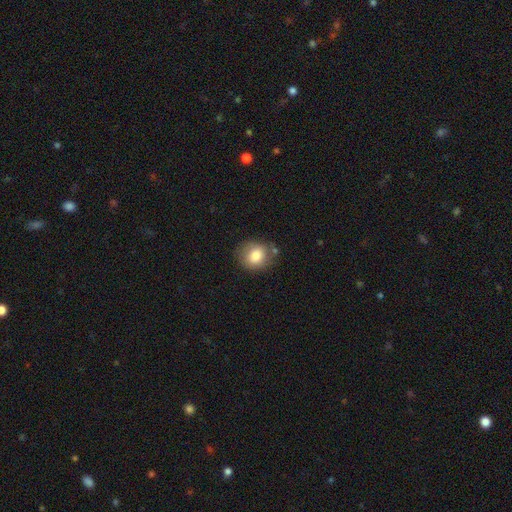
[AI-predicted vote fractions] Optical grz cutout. It shows a smooth galaxy with no disk features (80%) that is round (73%). Merging: none (72%).